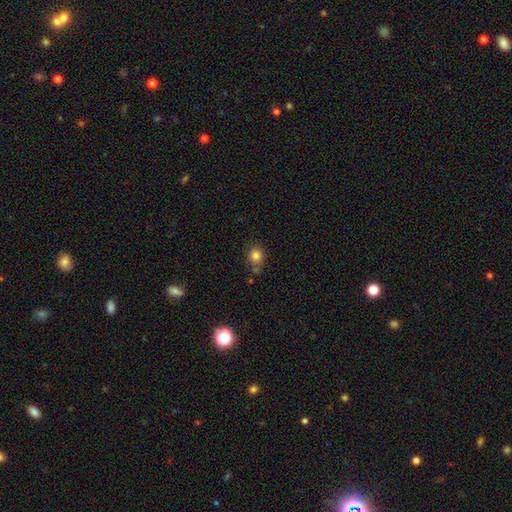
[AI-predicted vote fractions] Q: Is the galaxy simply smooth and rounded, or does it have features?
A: smooth — 82%.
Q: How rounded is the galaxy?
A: round — 70%.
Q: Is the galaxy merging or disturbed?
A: none — 67%.